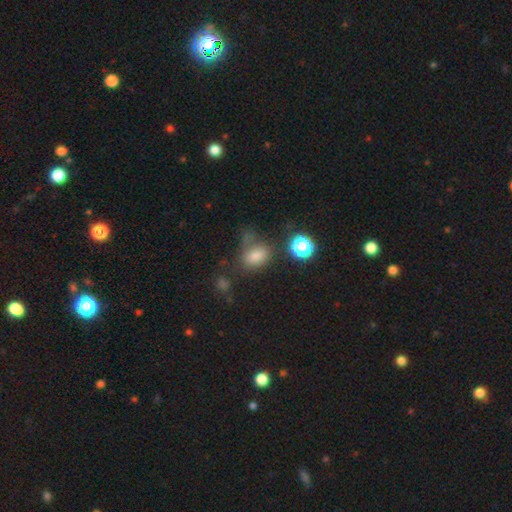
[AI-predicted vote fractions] smooth 74%, star or artifact 17%, featured or disk 9%. Down the decision tree: how rounded — in between (73%); merging — none (47%).